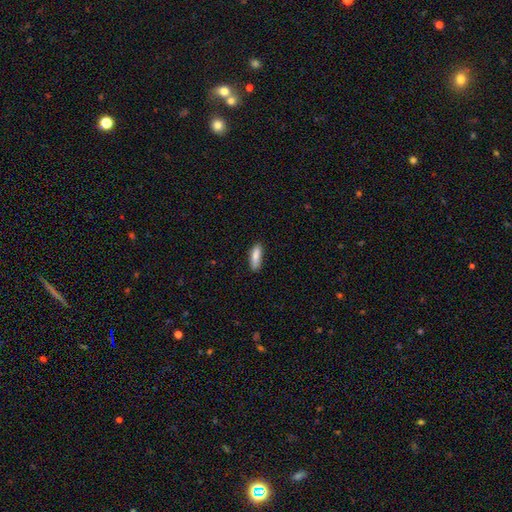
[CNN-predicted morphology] This is clearly a smooth galaxy (84%). How rounded: possibly in between (51%). Merging: likely none (79%).